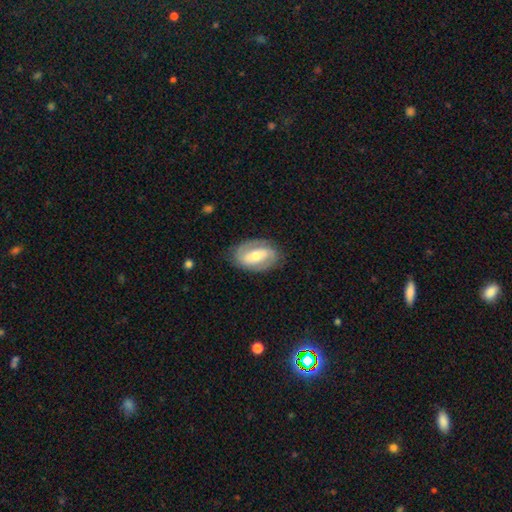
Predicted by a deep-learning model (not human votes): smooth-or-featured: featured or disk: 67% | smooth: 28% | star or artifact: 6%
  disk-edge-on: no: 94% | yes: 6%
    bar: strong: 41% | weak: 34% | no: 25%
    has-spiral-arms: yes: 74% | no: 26%
    bulge-size: moderate: 60% | small: 32% | large: 6% | none: 1% | dominant: 1%
  merging: none: 80% | minor disturbance: 14% | major disturbance: 5% | merger: 1%